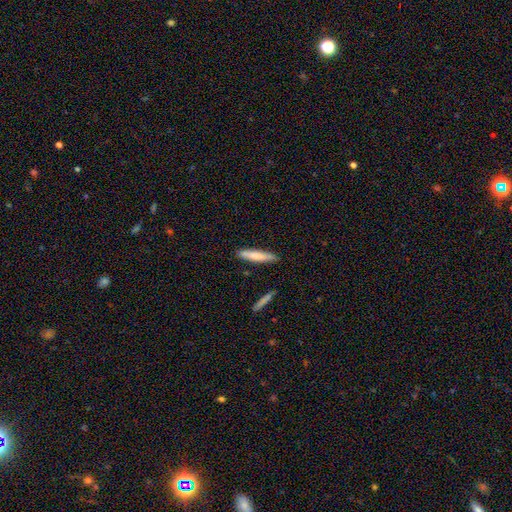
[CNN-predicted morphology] smooth 73%, featured or disk 21%, star or artifact 5%. Down the decision tree: how rounded — cigar-shaped (89%); merging — none (85%).